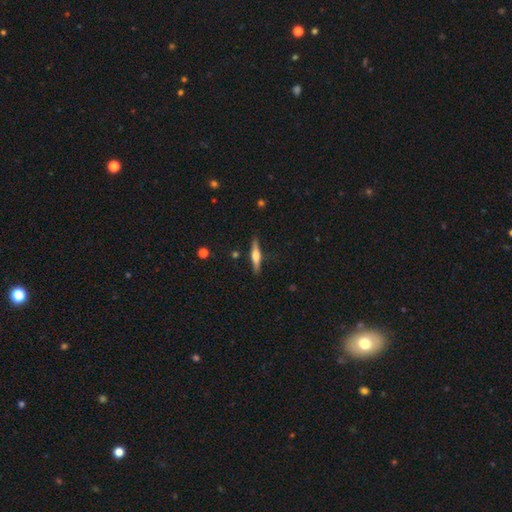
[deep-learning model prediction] Smooth or featured?
  - featured or disk: 55% *
  - smooth: 39%
  - star or artifact: 6%
Edge-on disk?
  - yes: 96% *
  - no: 4%
Edge-on bulge?
  - rounded: 84% *
  - boxy: 11%
  - none: 6%
Merging?
  - none: 88% *
  - minor disturbance: 9%
  - major disturbance: 2%
  - merger: 1%